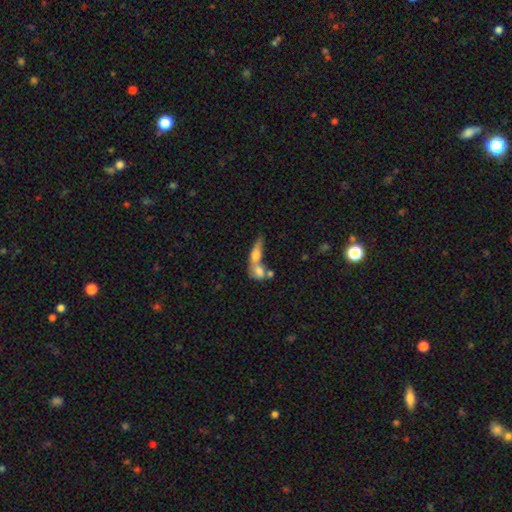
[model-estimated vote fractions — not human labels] This appears to be a smooth galaxy with no disk features (61%) that is in between round and cigar-shaped (50%). Merging: merger (66%).